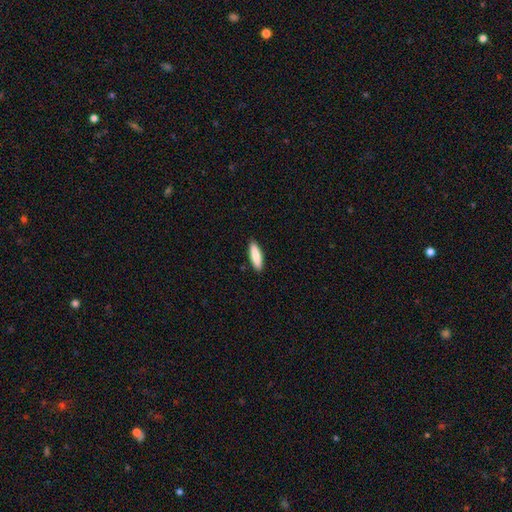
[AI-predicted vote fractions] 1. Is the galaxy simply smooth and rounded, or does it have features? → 86% smooth, 9% featured or disk, 5% star or artifact.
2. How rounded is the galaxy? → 62% cigar-shaped, 37% in between, 1% round.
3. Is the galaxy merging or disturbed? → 90% none, 7% minor disturbance, 1% major disturbance, 1% merger.